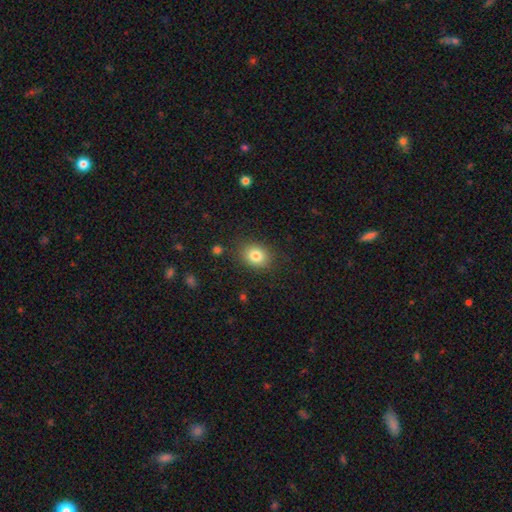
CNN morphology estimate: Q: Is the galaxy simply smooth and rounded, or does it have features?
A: smooth — 82%.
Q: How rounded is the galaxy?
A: round — 53%.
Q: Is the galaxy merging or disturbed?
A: none — 84%.